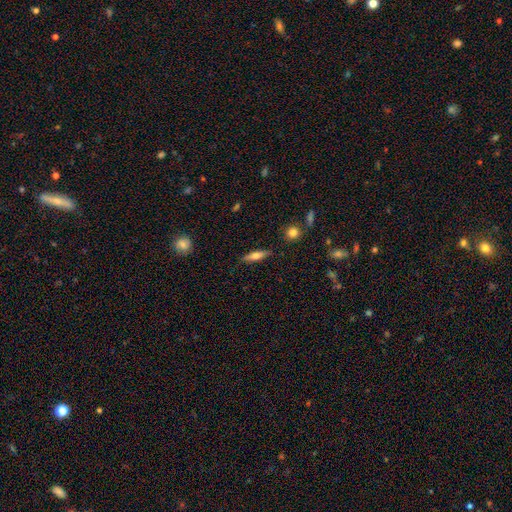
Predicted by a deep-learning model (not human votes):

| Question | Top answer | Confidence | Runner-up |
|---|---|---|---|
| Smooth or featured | smooth | 52% | featured or disk (41%) |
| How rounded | cigar-shaped | 67% | in between (31%) |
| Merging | none | 86% | minor disturbance (10%) |